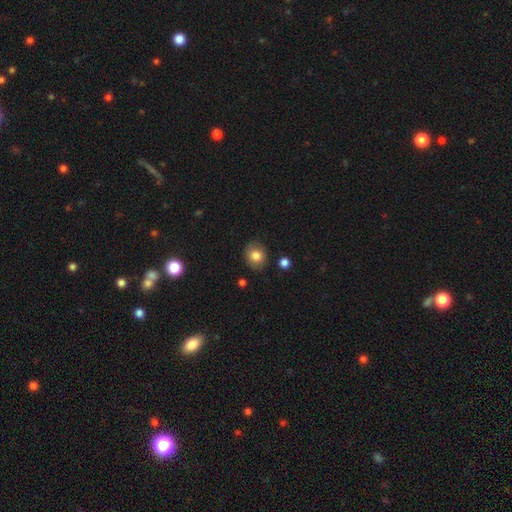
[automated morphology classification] Smooth or featured: smooth — 80% (featured or disk — 11%)
How rounded: round — 64% (in between — 35%)
Merging: none — 83% (minor disturbance — 12%)